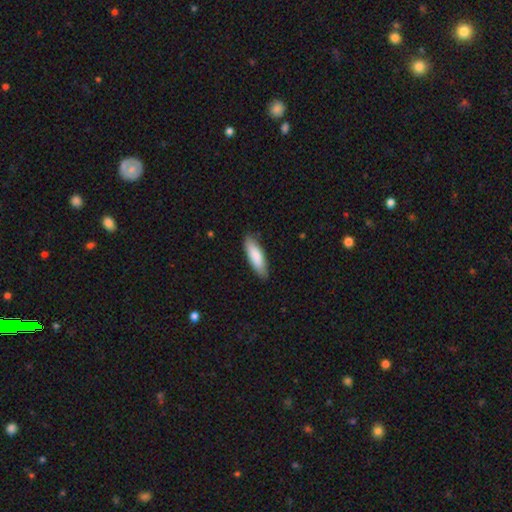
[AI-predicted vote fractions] Smooth or featured?
  - smooth: 85% *
  - featured or disk: 10%
  - star or artifact: 5%
How rounded?
  - cigar-shaped: 49% * (tied)
  - in between: 49% * (tied)
  - round: 1%
Merging?
  - none: 84% *
  - minor disturbance: 12%
  - major disturbance: 2%
  - merger: 1%